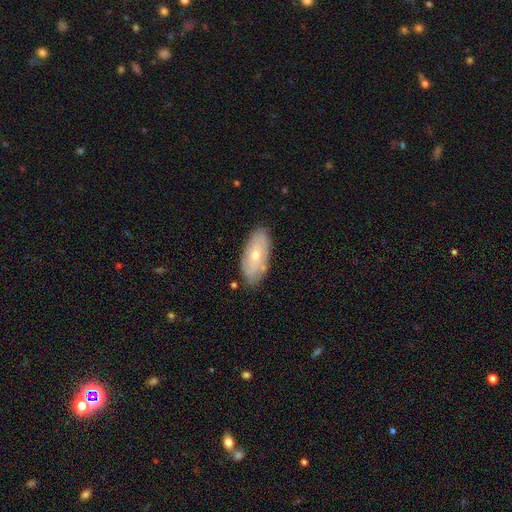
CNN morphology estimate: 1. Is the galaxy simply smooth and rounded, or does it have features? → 57% smooth, 36% featured or disk, 6% star or artifact.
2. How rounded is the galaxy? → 88% in between, 10% cigar-shaped, 2% round.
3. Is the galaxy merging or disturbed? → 79% none, 16% minor disturbance, 3% major disturbance, 2% merger.